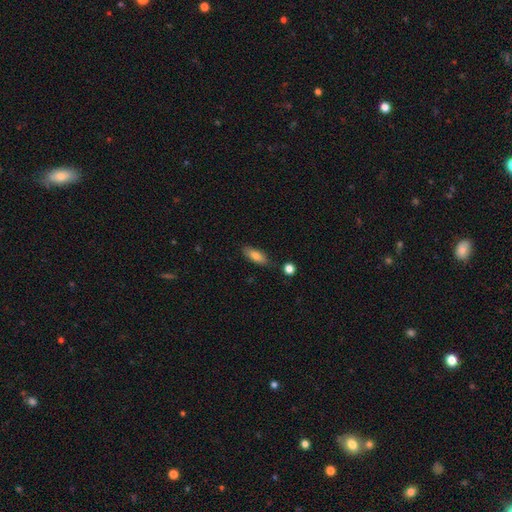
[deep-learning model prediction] A smooth galaxy with no disk features (78%) that is in between round and cigar-shaped (71%). Merging: none (81%).